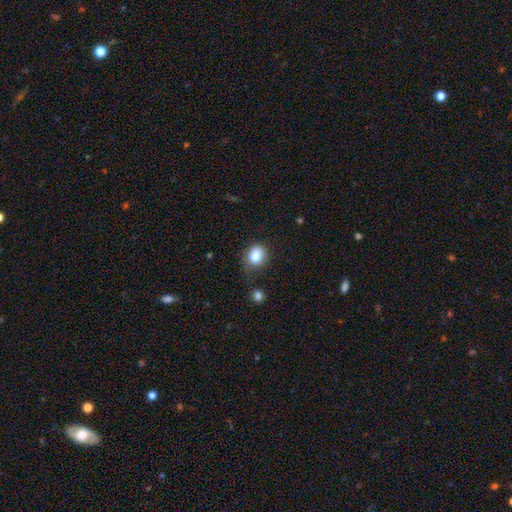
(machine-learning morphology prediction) smooth_or_featured: smooth (p=0.86) [alt: star or artifact p=0.09]
how_rounded: in between (p=0.50) [alt: round p=0.49]
merging: none (p=0.64) [alt: minor disturbance p=0.25]